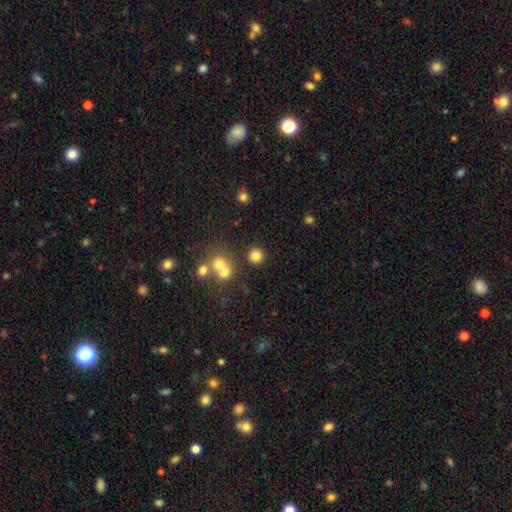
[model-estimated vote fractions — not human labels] A smooth galaxy with no disk features (79%) that is round (93%). Merging: none (78%).